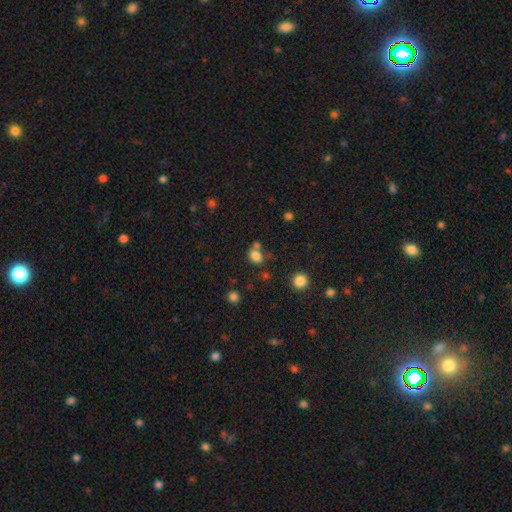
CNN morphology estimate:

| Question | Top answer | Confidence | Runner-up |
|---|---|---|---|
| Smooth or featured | smooth | 78% | star or artifact (15%) |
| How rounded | round | 51% | in between (48%) |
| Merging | none | 52% | merger (29%) |